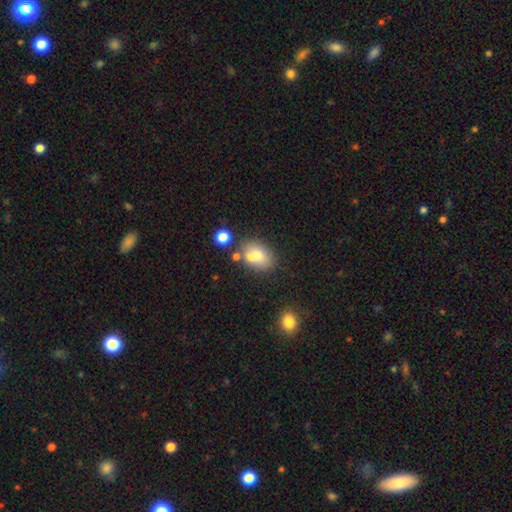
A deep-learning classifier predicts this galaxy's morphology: type=smooth (71%); roundness=in between (75%); merging=none (52%).